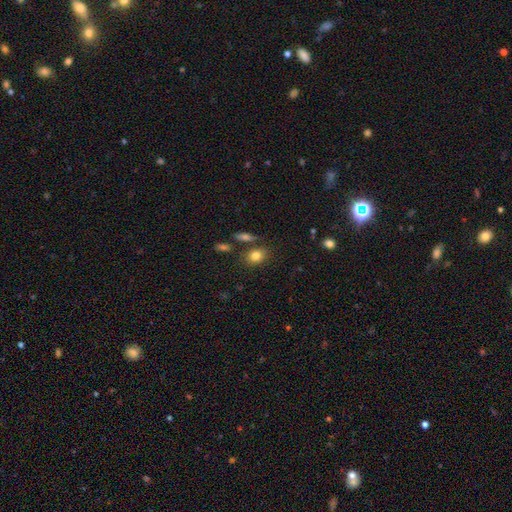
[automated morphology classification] Smooth or featured? Predicted: smooth (p=0.80). How rounded? Predicted: in between (p=0.62). Merging? Predicted: none (p=0.74).